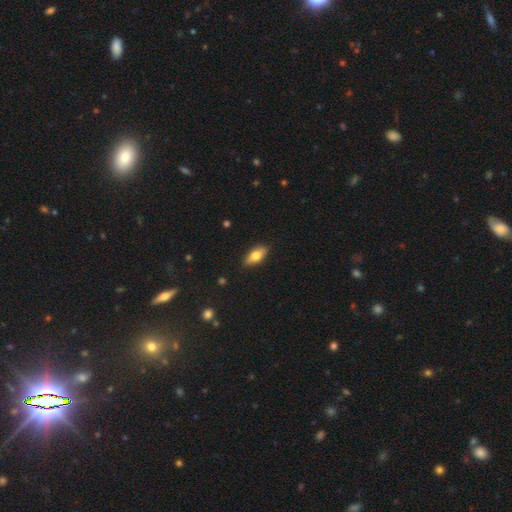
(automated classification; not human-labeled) smooth 74%, featured or disk 20%, star or artifact 7%. Down the decision tree: how rounded — in between (82%); merging — none (87%).